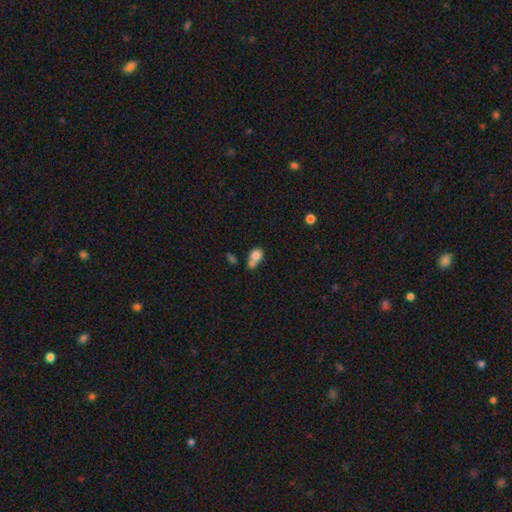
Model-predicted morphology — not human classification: This is likely a smooth galaxy (77%). How rounded: possibly in between (58%). Merging: possibly merger (52%).